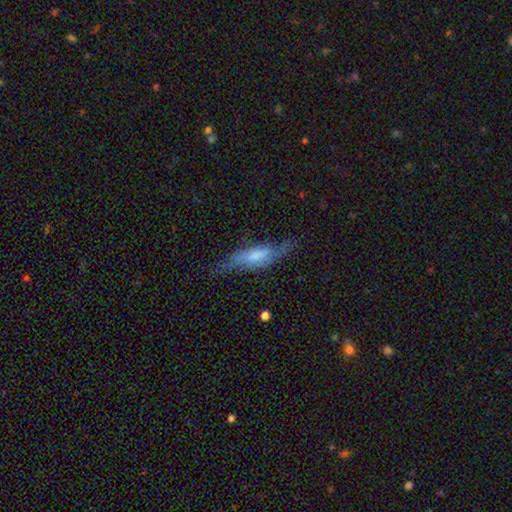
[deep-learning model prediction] smooth-or-featured: featured or disk: 52% | smooth: 40% | star or artifact: 7%
  disk-edge-on: yes: 66% | no: 34%
  merging: none: 60% | minor disturbance: 26% | major disturbance: 12% | merger: 2%